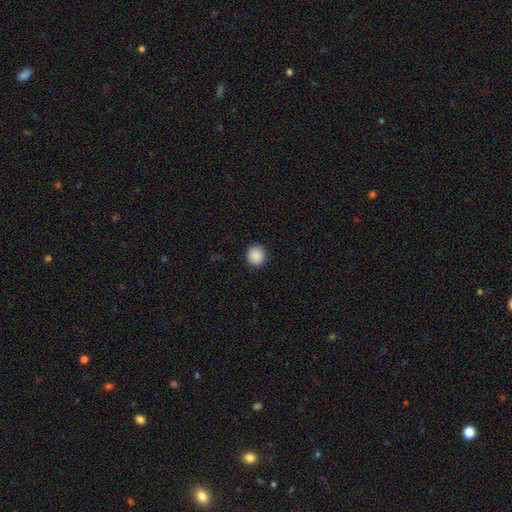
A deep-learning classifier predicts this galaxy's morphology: Smooth or featured?
  - smooth: 89% *
  - star or artifact: 8%
  - featured or disk: 3%
How rounded?
  - round: 92% *
  - in between: 7%
  - cigar-shaped: 1%
Merging?
  - none: 92% *
  - minor disturbance: 5%
  - major disturbance: 2%
  - merger: 1%